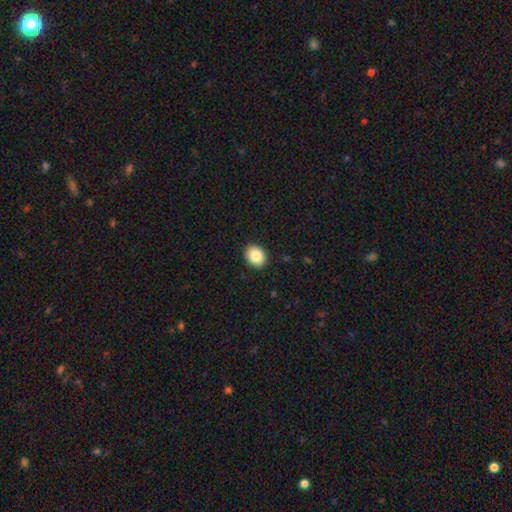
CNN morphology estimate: smooth-or-featured: smooth: 86% | star or artifact: 8% | featured or disk: 6%
  how-rounded: in between: 54% | round: 46% | cigar-shaped: 1%
  merging: none: 92% | minor disturbance: 6% | major disturbance: 2% | merger: 1%